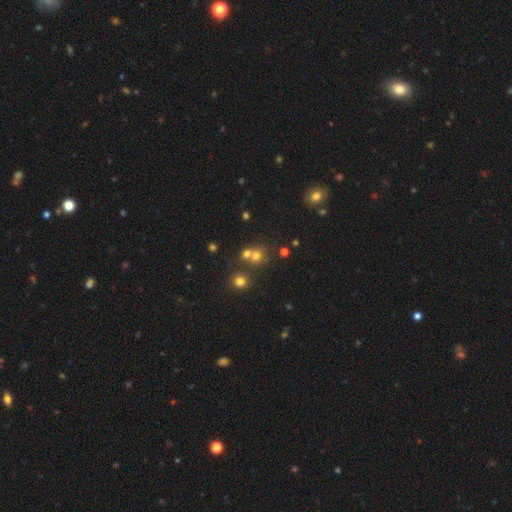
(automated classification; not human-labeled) Smooth or featured? smooth (65%)
How rounded? round (81%)
Merging? none (52%)